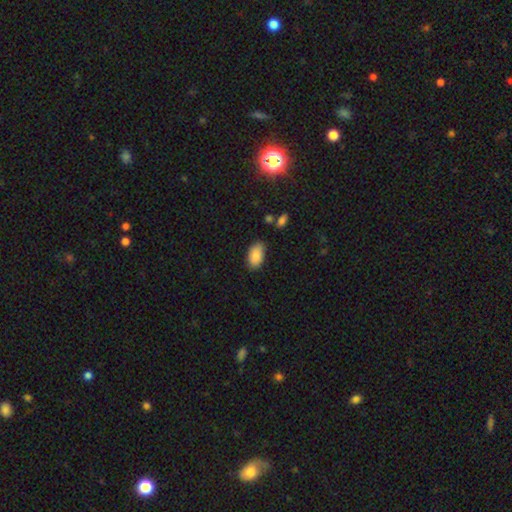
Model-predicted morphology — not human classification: Smooth or featured: smooth — 86% (star or artifact — 7%)
How rounded: in between — 93% (round — 5%)
Merging: none — 78% (minor disturbance — 17%)